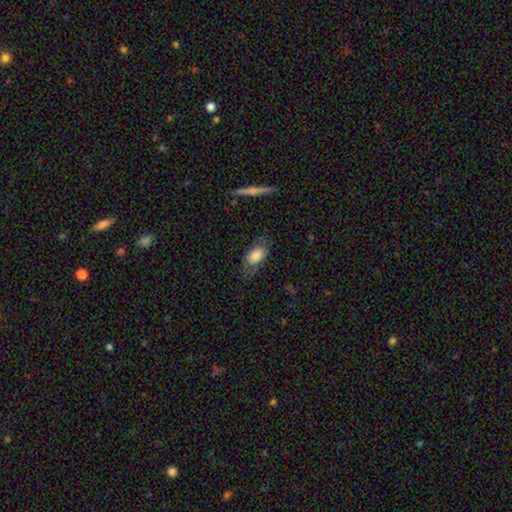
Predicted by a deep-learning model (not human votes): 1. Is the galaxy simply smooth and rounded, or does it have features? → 71% smooth, 23% featured or disk, 7% star or artifact.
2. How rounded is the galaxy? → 89% in between, 7% cigar-shaped, 4% round.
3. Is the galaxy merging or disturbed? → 64% none, 22% minor disturbance, 12% major disturbance, 2% merger.